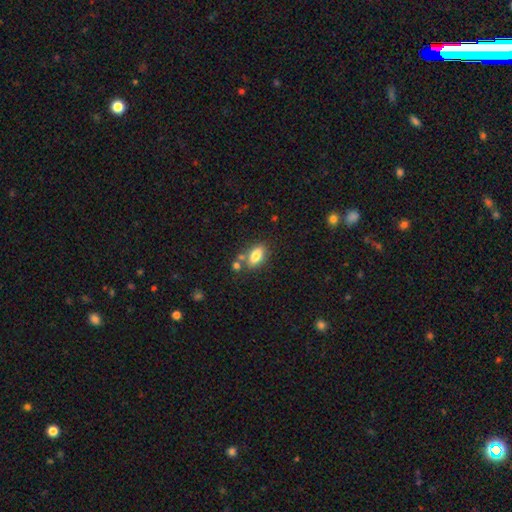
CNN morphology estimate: smooth 78%, featured or disk 14%, star or artifact 8%. Down the decision tree: how rounded — in between (86%); merging — none (65%).